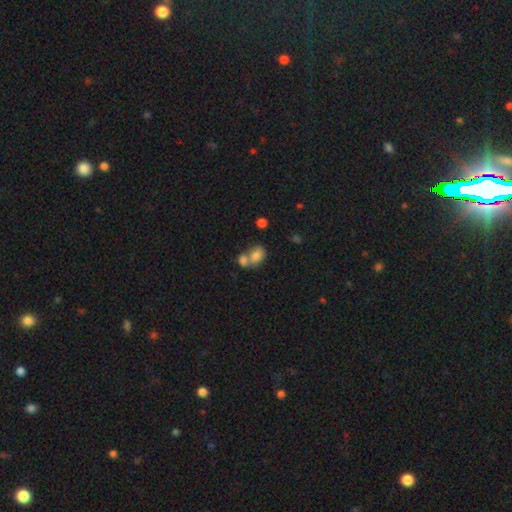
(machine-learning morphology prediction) Smooth or featured? Predicted: smooth (p=0.80). How rounded? Predicted: in between (p=0.78). Merging? Predicted: merger (p=0.59).